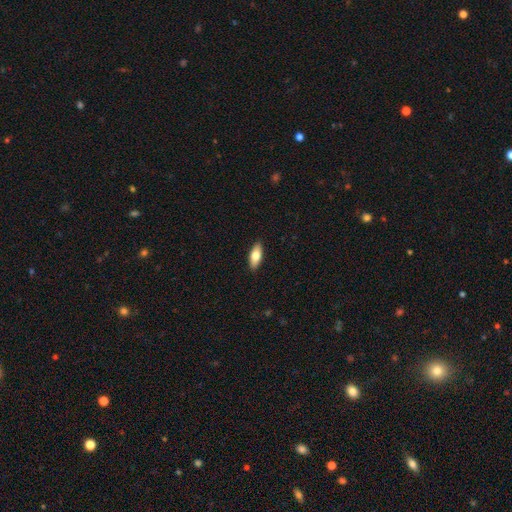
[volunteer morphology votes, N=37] This is likely a smooth galaxy (65%). How rounded: likely in between (79%). Merging: clearly none (86%).